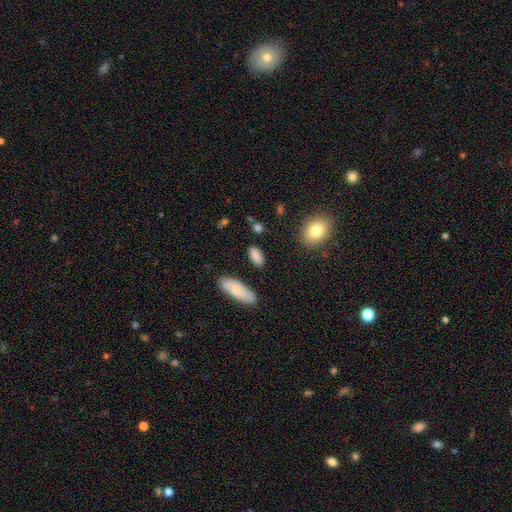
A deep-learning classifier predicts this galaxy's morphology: type=smooth (81%); roundness=in between (86%); merging=none (81%).